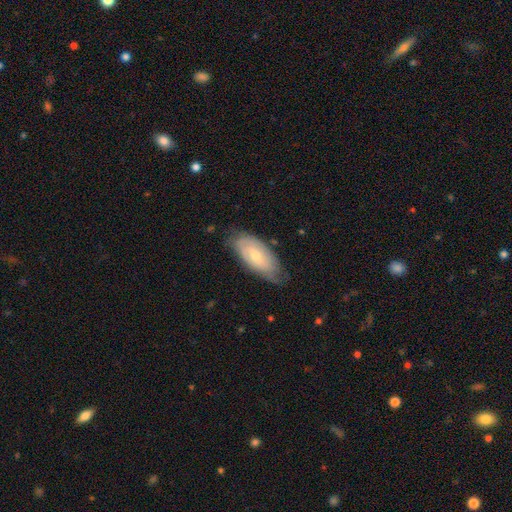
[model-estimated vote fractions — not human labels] smooth_or_featured: featured or disk (p=0.51) [alt: smooth p=0.43]
disk_edge_on: no (p=0.87) [alt: yes p=0.13]
merging: none (p=0.65) [alt: minor disturbance p=0.27]